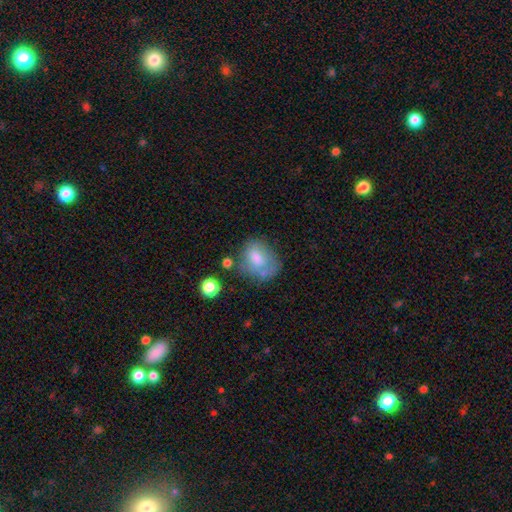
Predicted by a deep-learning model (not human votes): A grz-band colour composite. It shows a smooth galaxy with no disk features (62%) that is in between round and cigar-shaped (55%). Merging: none (51%).